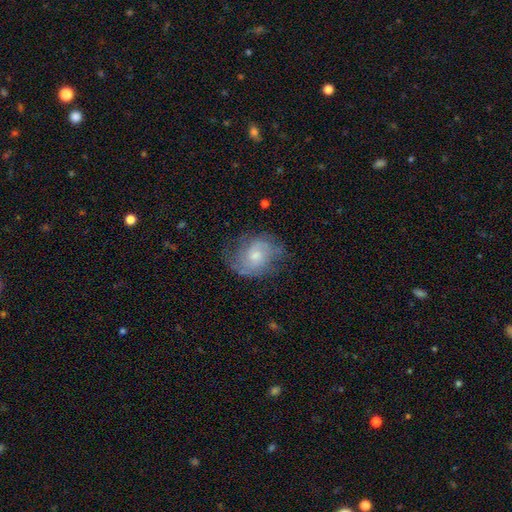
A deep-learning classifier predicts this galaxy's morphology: featured or disk 64%, smooth 28%, star or artifact 8%. Down the decision tree: edge-on disk — no (97%); bar — no (68%); spiral arms — yes (85%); spiral arm count — 2 (59%); spiral winding — medium (44%); bulge size — small (46%); merging — none (60%).